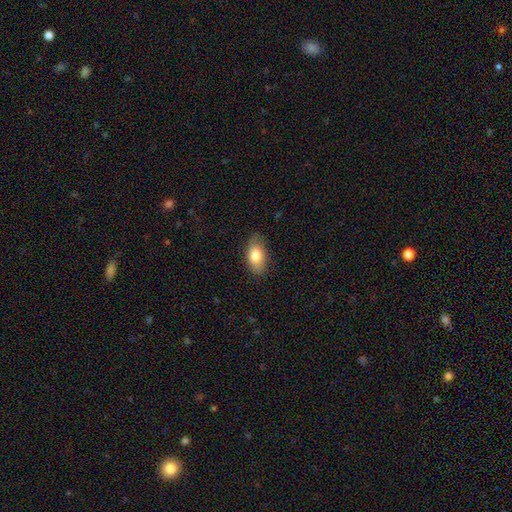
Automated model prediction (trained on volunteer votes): Morphology: type=smooth (78%); roundness=in between (91%); merging=none (77%).